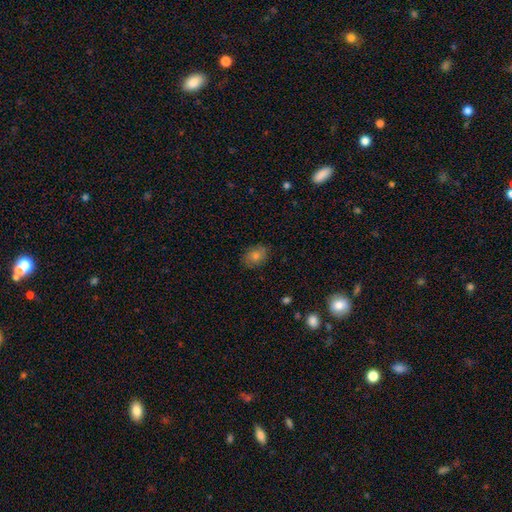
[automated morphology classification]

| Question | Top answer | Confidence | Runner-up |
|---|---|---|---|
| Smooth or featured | smooth | 70% | star or artifact (15%) |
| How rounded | in between | 67% | round (31%) |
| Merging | none | 84% | minor disturbance (12%) |